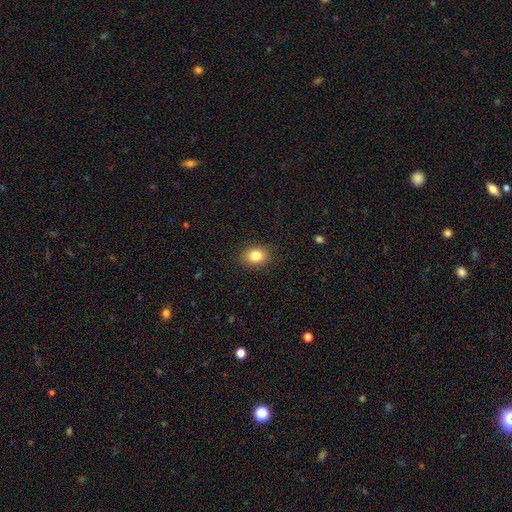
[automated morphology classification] smooth_or_featured: smooth (p=0.83) [alt: star or artifact p=0.10]
how_rounded: in between (p=0.61) [alt: round p=0.38]
merging: none (p=0.88) [alt: minor disturbance p=0.09]